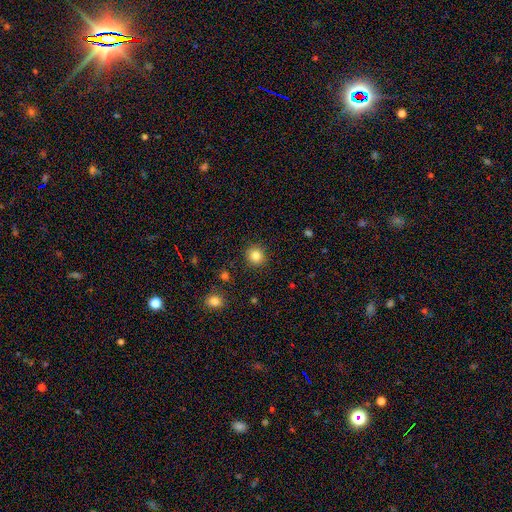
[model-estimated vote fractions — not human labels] Smooth or featured?
  - smooth: 83% *
  - star or artifact: 11%
  - featured or disk: 5%
How rounded?
  - round: 92% *
  - in between: 7%
  - cigar-shaped: 1%
Merging?
  - none: 90% *
  - minor disturbance: 6%
  - major disturbance: 2%
  - merger: 1%